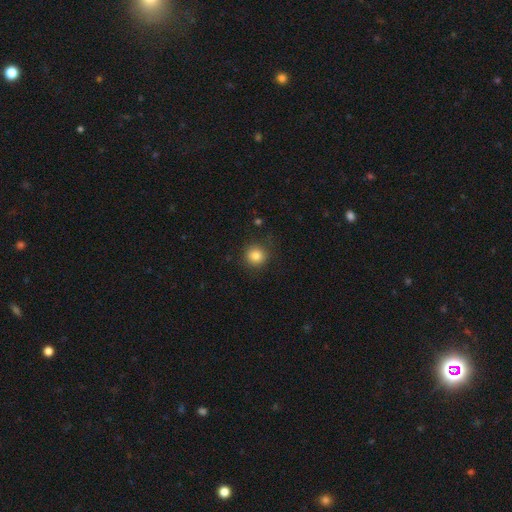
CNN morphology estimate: smooth_or_featured: smooth (p=0.84) [alt: star or artifact p=0.11]
how_rounded: round (p=0.93) [alt: in between p=0.06]
merging: none (p=0.86) [alt: minor disturbance p=0.09]